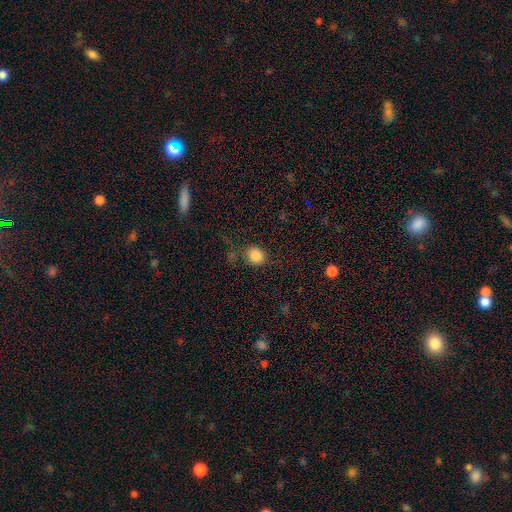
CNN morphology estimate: smooth_or_featured: smooth (p=0.84) [alt: star or artifact p=0.10]
how_rounded: round (p=0.75) [alt: in between p=0.24]
merging: none (p=0.75) [alt: minor disturbance p=0.13]